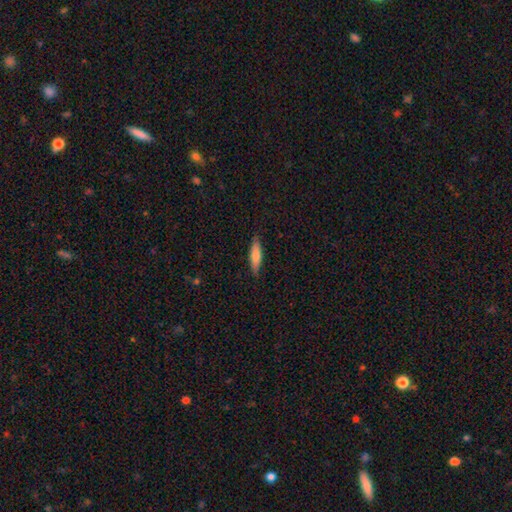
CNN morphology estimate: smooth_or_featured: smooth (p=0.73) [alt: featured or disk p=0.21]
how_rounded: cigar-shaped (p=0.71) [alt: in between p=0.28]
merging: none (p=0.87) [alt: minor disturbance p=0.10]